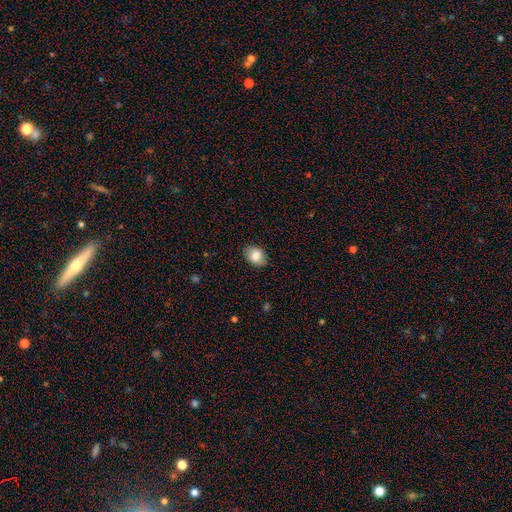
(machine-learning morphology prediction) smooth_or_featured: smooth (p=0.83) [alt: featured or disk p=0.09]
how_rounded: in between (p=0.71) [alt: round p=0.28]
merging: none (p=0.87) [alt: minor disturbance p=0.10]